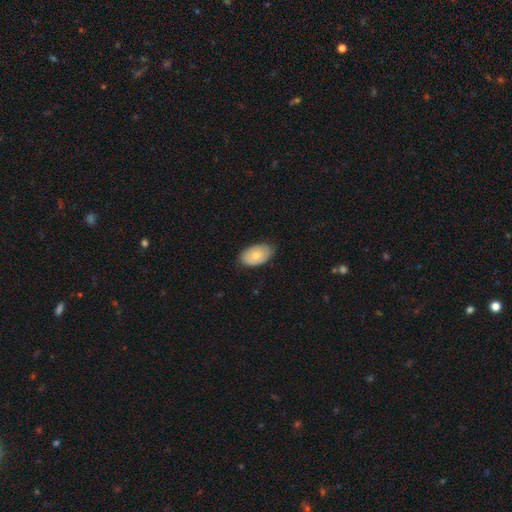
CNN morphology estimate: The model was most divided on "smooth or featured": smooth: 73%, featured or disk: 21%, star or artifact: 6%. More confident: how rounded — in between (93%); merging — none (82%).